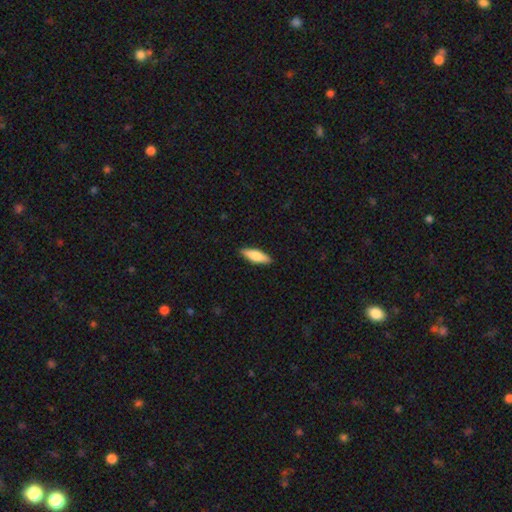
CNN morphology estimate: Q: Smooth or featured?
A: smooth (73%); runner-up: featured or disk (21%)
Q: How rounded?
A: cigar-shaped (51%); runner-up: in between (47%)
Q: Merging?
A: none (90%); runner-up: minor disturbance (7%)